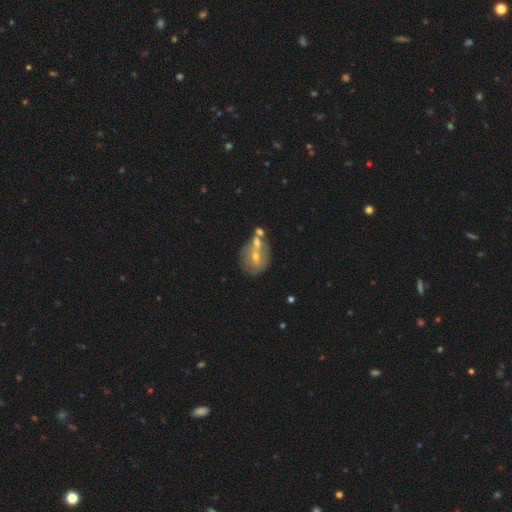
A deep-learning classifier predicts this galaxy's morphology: type=featured or disk (49%); merging=none (42%).